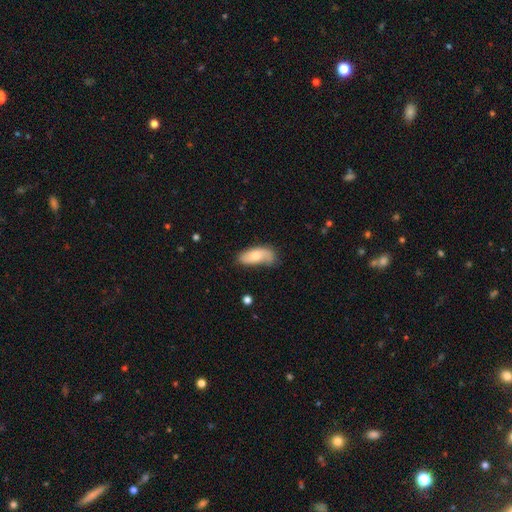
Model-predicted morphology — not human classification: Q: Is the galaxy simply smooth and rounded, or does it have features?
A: smooth — 67%.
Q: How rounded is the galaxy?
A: in between — 82%.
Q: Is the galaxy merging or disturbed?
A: none — 52%.